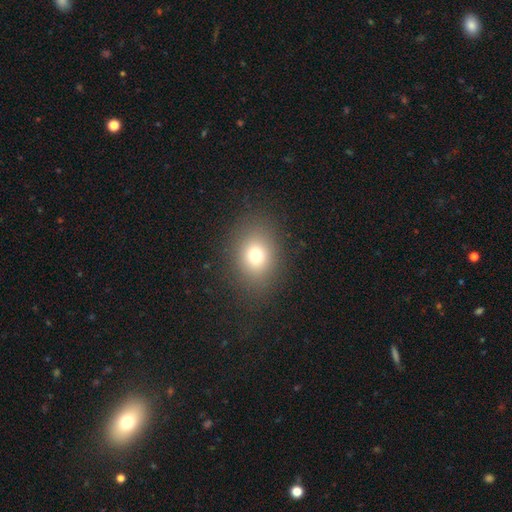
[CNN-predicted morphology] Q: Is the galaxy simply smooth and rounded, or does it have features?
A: smooth — 73%.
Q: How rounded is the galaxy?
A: round — 51%.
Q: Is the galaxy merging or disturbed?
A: none — 85%.